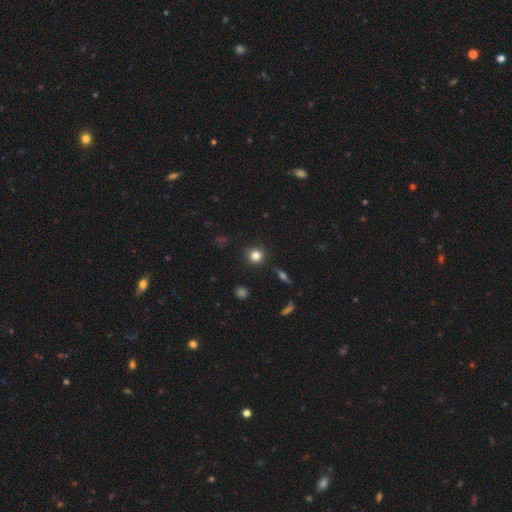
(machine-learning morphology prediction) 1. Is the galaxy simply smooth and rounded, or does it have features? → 81% smooth, 12% star or artifact, 7% featured or disk.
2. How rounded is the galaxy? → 92% round, 7% in between, 1% cigar-shaped.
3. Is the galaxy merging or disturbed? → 90% none, 7% minor disturbance, 2% major disturbance, 2% merger.